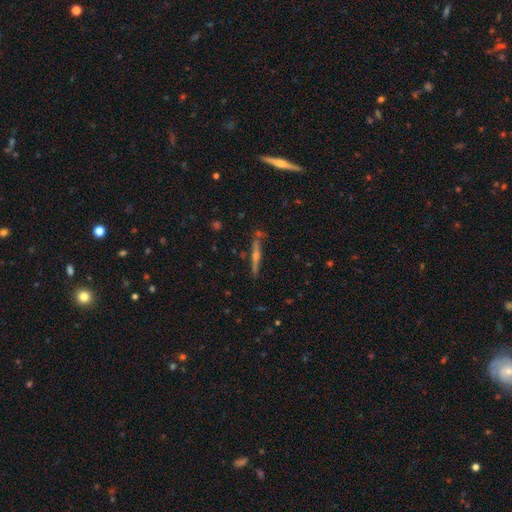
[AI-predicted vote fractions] Morphology: type=featured or disk (75%); edge-on=yes (97%); edge-on bulge=rounded (82%); merging=none (82%).